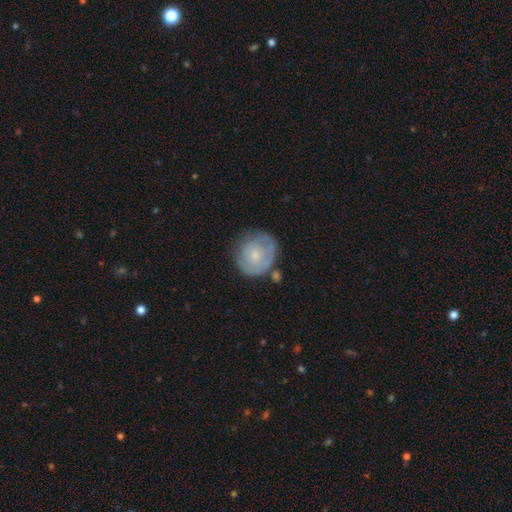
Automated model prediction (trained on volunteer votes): A smooth galaxy with no disk features (50%). Merging: none (60%).